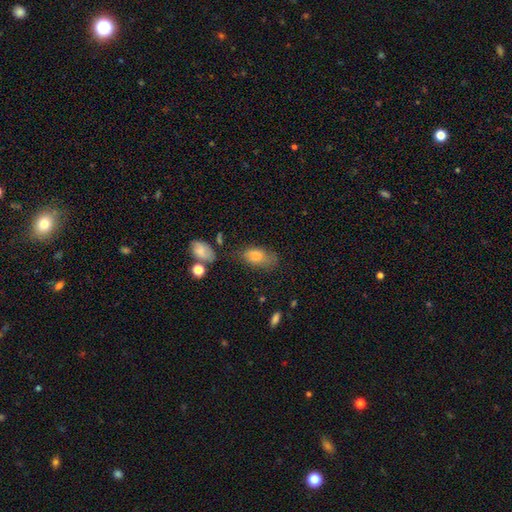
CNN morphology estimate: This is likely a smooth galaxy (73%). How rounded: clearly in between (89%). Merging: possibly none (53%).